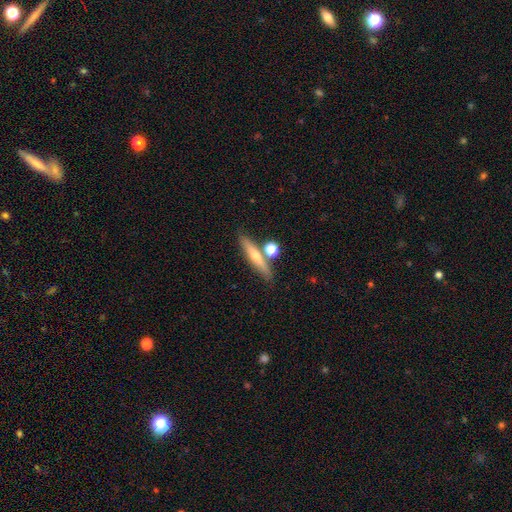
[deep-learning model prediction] Overall: featured or disk (49%; smooth 43%). Merging: none (73%).